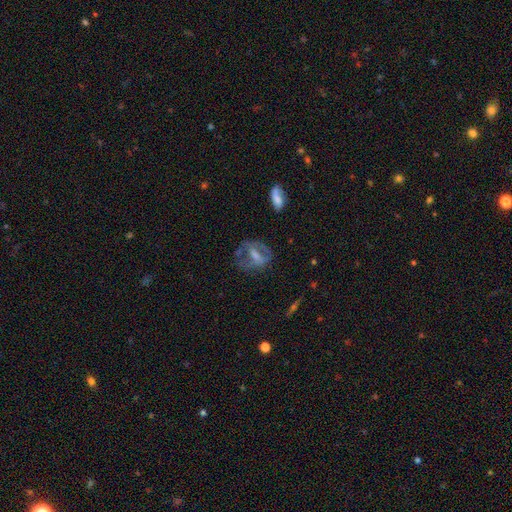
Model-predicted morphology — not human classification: A featured or disk galaxy (61%) with a weak bar (37%), no spiral arms (59%) and a moderate central bulge (41%). Merging: none (59%).